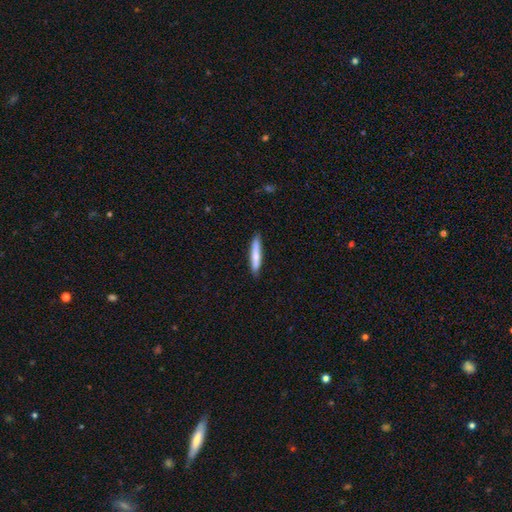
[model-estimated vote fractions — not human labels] This appears to be a smooth galaxy with no disk features (72%) that is cigar-shaped (91%). Merging: none (88%).